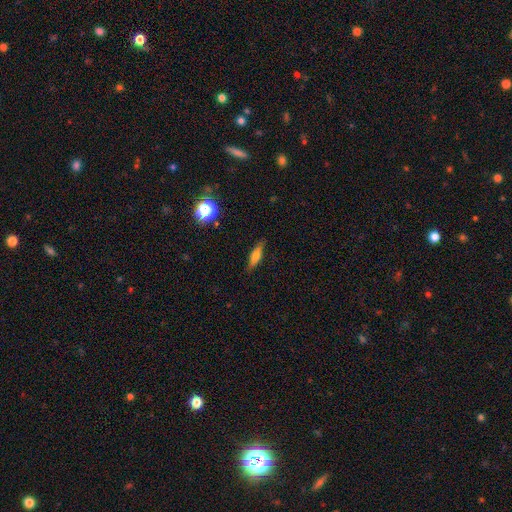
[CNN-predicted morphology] Smooth or featured: smooth — 61% (featured or disk — 30%)
How rounded: cigar-shaped — 63% (in between — 33%)
Merging: none — 83% (minor disturbance — 13%)